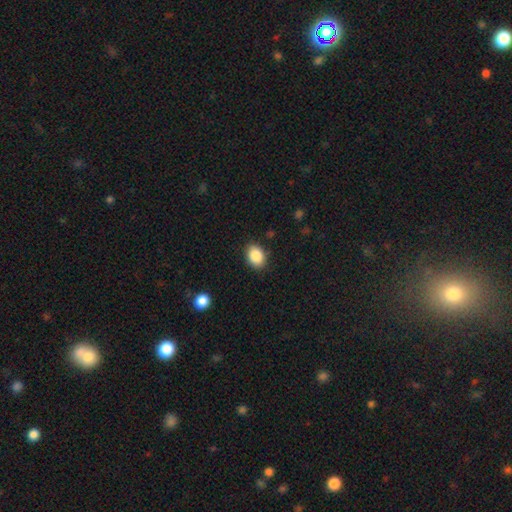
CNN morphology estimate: Smooth or featured: smooth — 88% (star or artifact — 8%)
How rounded: in between — 69% (round — 30%)
Merging: none — 87% (minor disturbance — 10%)